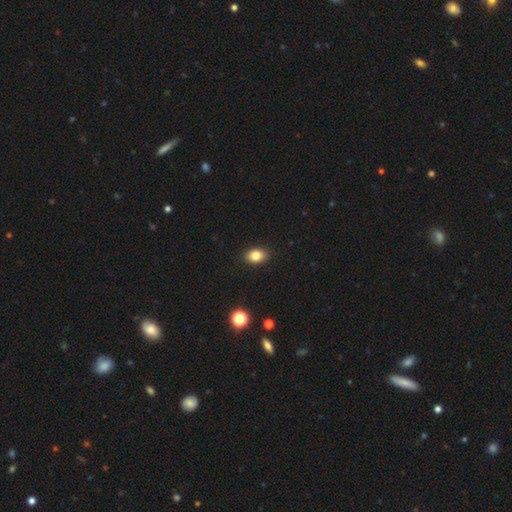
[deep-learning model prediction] smooth_or_featured: smooth (p=0.83) [alt: star or artifact p=0.10]
how_rounded: in between (p=0.77) [alt: round p=0.22]
merging: none (p=0.90) [alt: minor disturbance p=0.07]